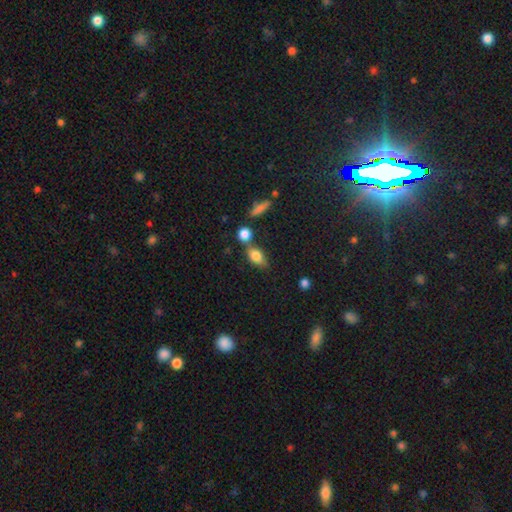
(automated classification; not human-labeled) Overall: smooth (79%). How rounded: in between (77%). Merging: none (52%; merger 26%).